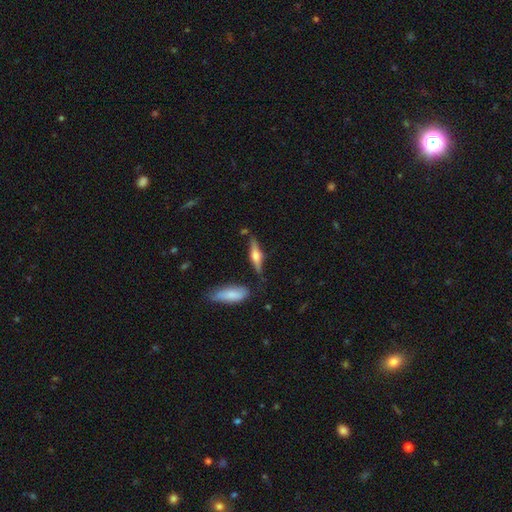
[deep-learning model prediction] A featured or disk galaxy (63%) viewed edge-on (96%) with a rounded central bulge (89%). Merging: none (77%).